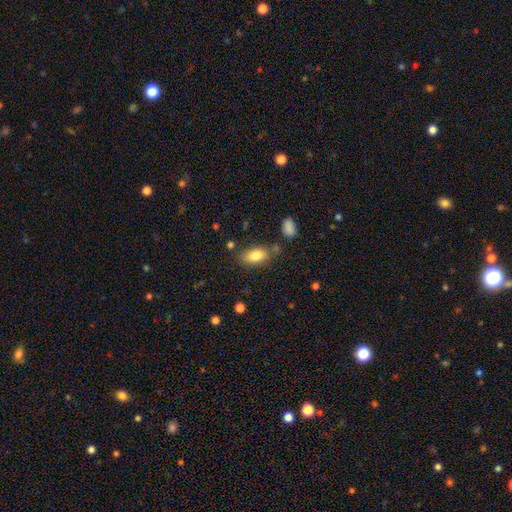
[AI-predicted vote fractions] Smooth or featured? smooth (82%)
How rounded? in between (89%)
Merging? none (71%)